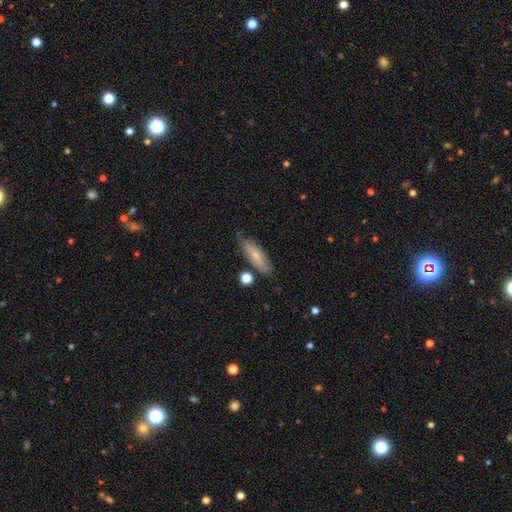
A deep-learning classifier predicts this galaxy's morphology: A smooth galaxy with no disk features (62%) that is in between round and cigar-shaped (55%).

Vote fractions:
- Smooth or featured? smooth: 62% / featured or disk: 32% / star or artifact: 7%
- How rounded? in between: 55% / cigar-shaped: 42% / round: 3%
- Merging? none: 68% / minor disturbance: 22% / major disturbance: 6% / merger: 4%